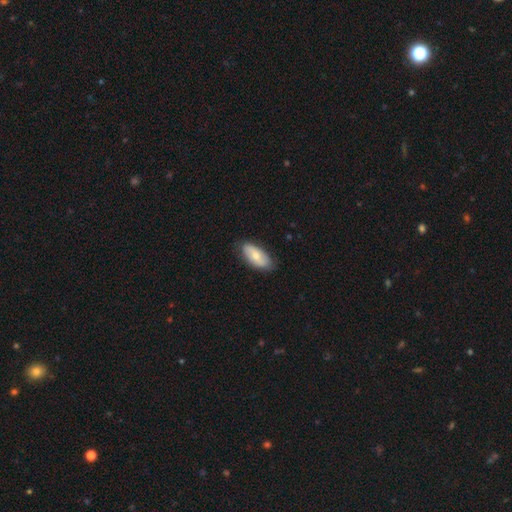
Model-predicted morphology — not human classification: Smooth or featured: smooth — 67% (featured or disk — 28%)
How rounded: in between — 90% (cigar-shaped — 8%)
Merging: none — 81% (minor disturbance — 16%)